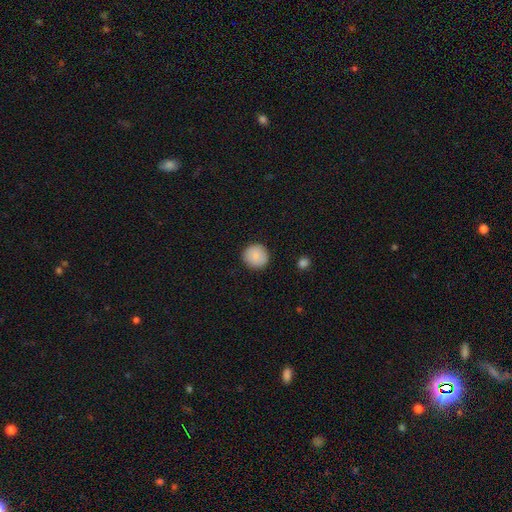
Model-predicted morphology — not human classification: A smooth galaxy with no disk features (88%) that is round (94%).

Vote fractions:
- Smooth or featured? smooth: 88% / star or artifact: 7% / featured or disk: 4%
- How rounded? round: 94% / in between: 5% / cigar-shaped: 1%
- Merging? none: 91% / minor disturbance: 6% / major disturbance: 2% / merger: 1%